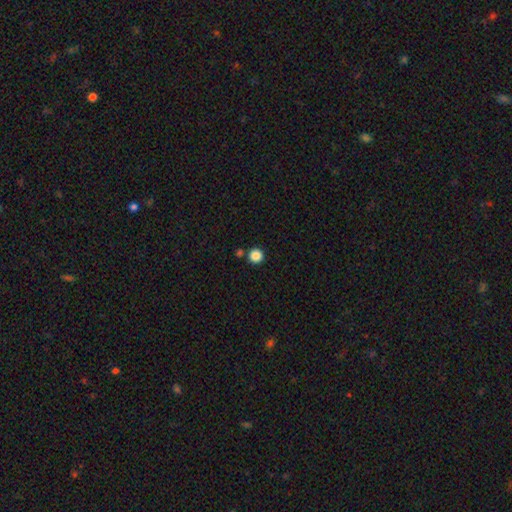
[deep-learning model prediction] A smooth galaxy with no disk features (86%) that is round (95%). Merging: none (84%).